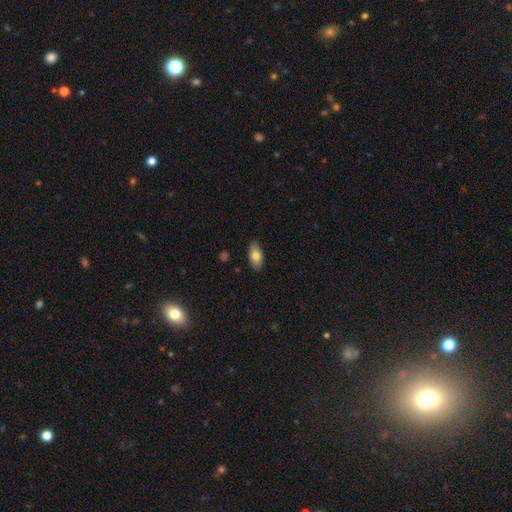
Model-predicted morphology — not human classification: smooth-or-featured: smooth: 78% | featured or disk: 15% | star or artifact: 7%
  how-rounded: in between: 91% | cigar-shaped: 6% | round: 3%
  merging: none: 87% | minor disturbance: 10% | major disturbance: 2% | merger: 1%